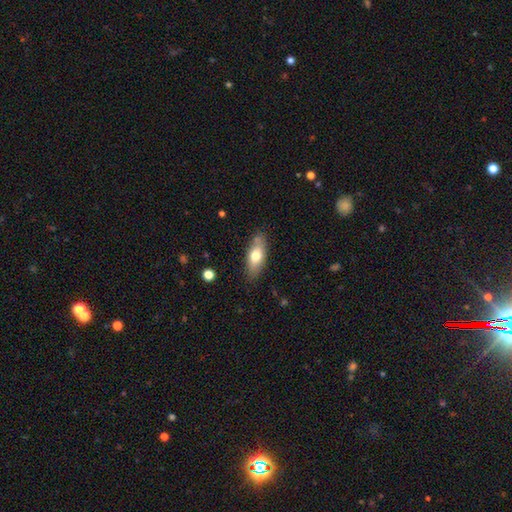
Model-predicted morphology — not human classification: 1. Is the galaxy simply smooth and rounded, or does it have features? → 68% smooth, 25% featured or disk, 7% star or artifact.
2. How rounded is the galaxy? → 78% in between, 19% cigar-shaped, 3% round.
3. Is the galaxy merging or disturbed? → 79% none, 15% minor disturbance, 3% major disturbance, 3% merger.